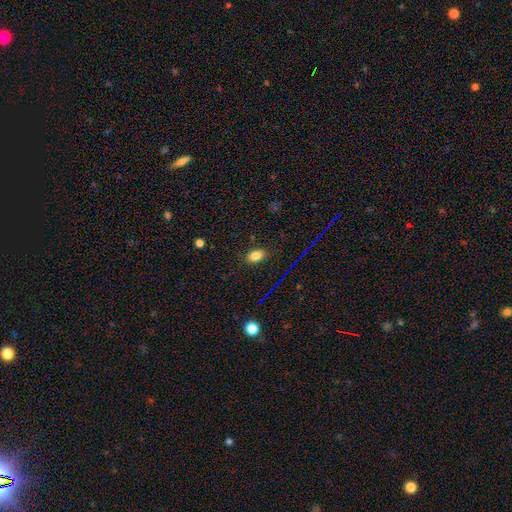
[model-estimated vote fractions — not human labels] Smooth or featured: smooth — 79% (star or artifact — 13%)
How rounded: in between — 83% (round — 16%)
Merging: none — 84% (minor disturbance — 12%)